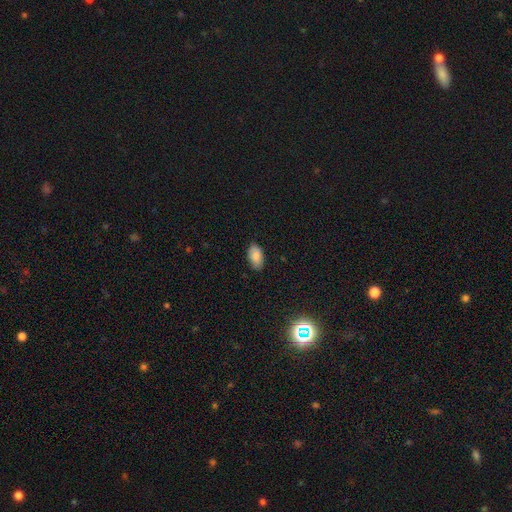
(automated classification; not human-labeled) Morphology: type=smooth (81%); roundness=in between (94%); merging=none (84%).